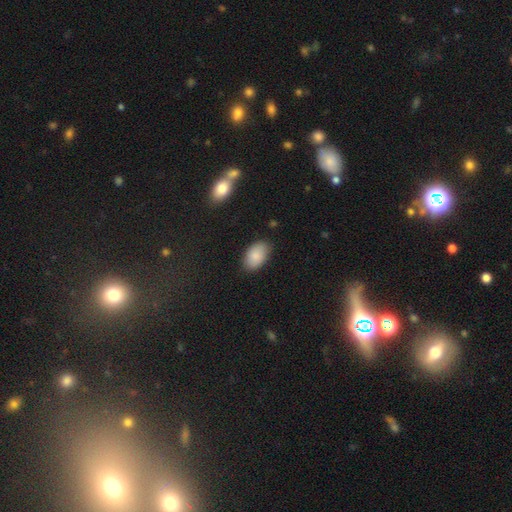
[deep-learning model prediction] This appears to be a smooth galaxy with no disk features (87%) that is in between round and cigar-shaped (93%). Merging: none (84%).